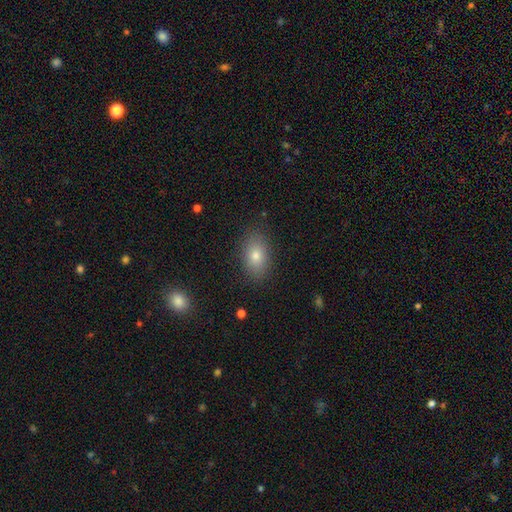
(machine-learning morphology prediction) Overall: smooth (78%). How rounded: in between (87%). Merging: none (87%).